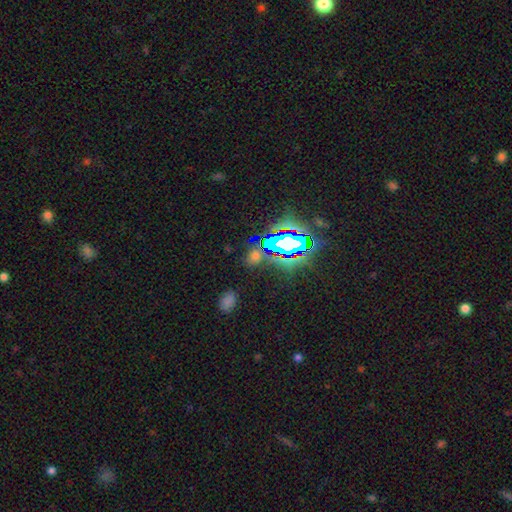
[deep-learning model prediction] A star or artifact, not a galaxy (80%).

Vote fractions:
- Smooth or featured? star or artifact: 80% / smooth: 12% / featured or disk: 8%